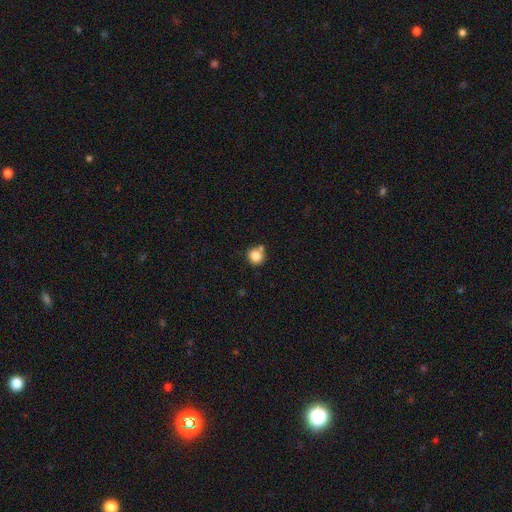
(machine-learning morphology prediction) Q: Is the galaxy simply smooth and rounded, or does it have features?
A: smooth — 84%.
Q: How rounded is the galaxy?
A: round — 92%.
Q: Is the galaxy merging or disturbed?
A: none — 66%.